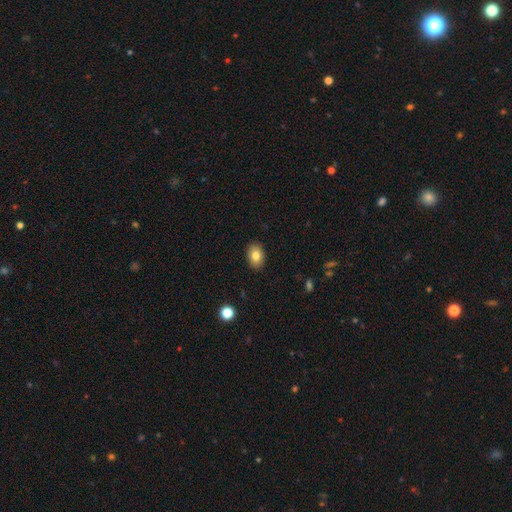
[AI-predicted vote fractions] smooth 82%, featured or disk 9%, star or artifact 9%. Down the decision tree: how rounded — in between (76%); merging — none (89%).